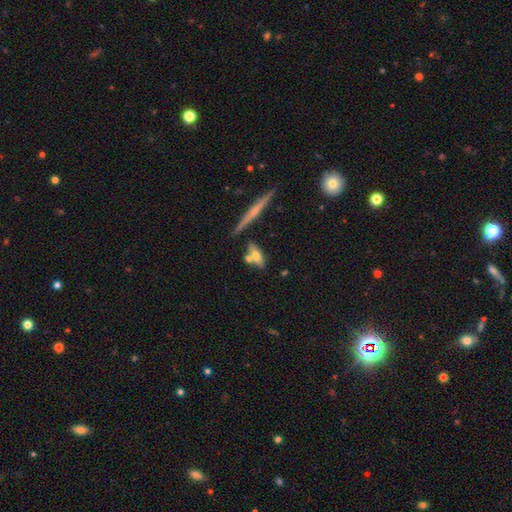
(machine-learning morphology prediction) type=smooth (61%); roundness=in between (64%); merging=none (55%).